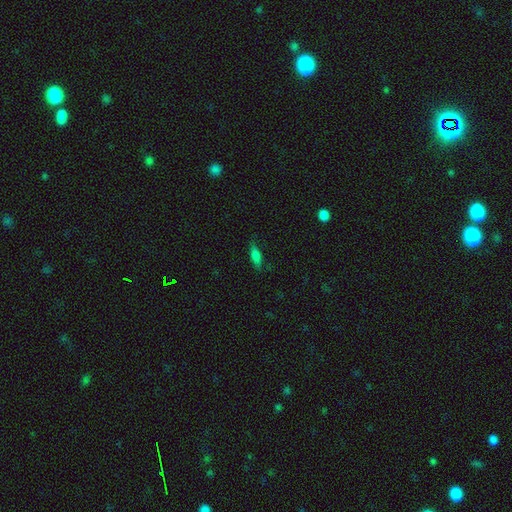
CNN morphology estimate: This appears to be a smooth galaxy with no disk features (67%) that is in between round and cigar-shaped (49%). Merging: none (79%).